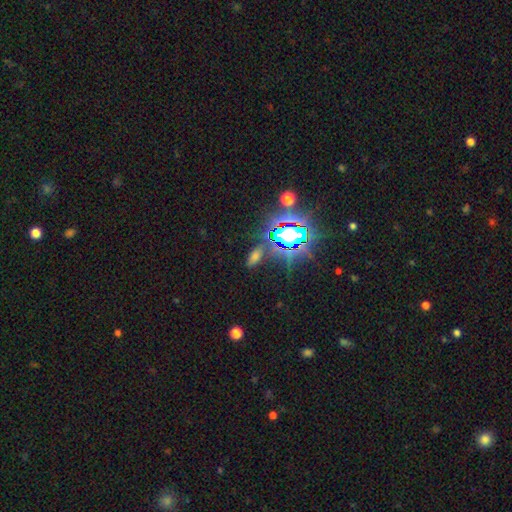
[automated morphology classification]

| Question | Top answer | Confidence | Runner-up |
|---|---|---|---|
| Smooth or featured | smooth | 44% | star or artifact (43%) |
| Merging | none | 77% | minor disturbance (12%) |